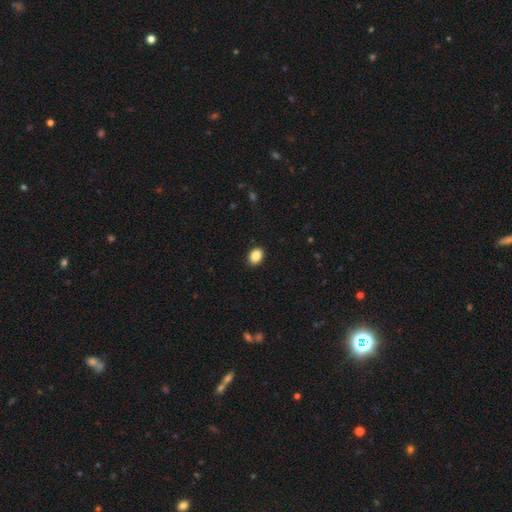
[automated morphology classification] type=smooth (87%); roundness=in between (71%); merging=none (91%).